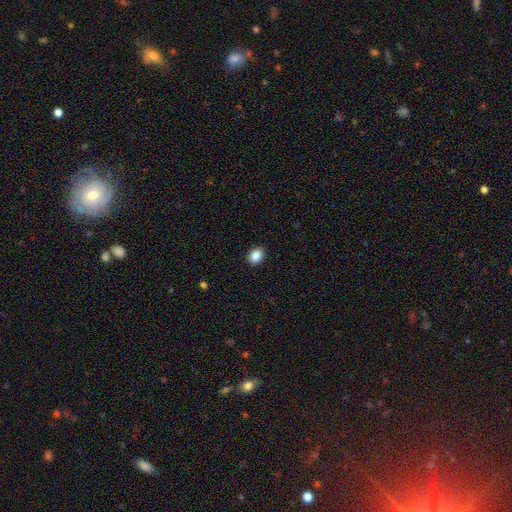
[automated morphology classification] Smooth or featured: smooth — 87% (star or artifact — 9%)
How rounded: in between — 56% (round — 43%)
Merging: none — 91% (minor disturbance — 6%)